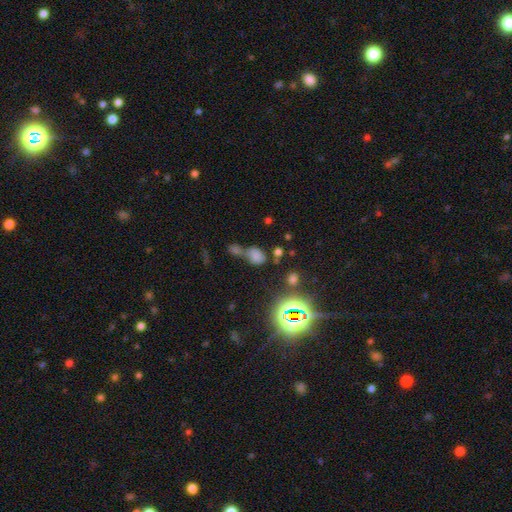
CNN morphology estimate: Smooth or featured? Predicted: smooth (p=0.59). How rounded? Predicted: in between (p=0.65). Merging? Predicted: merger (p=0.49).